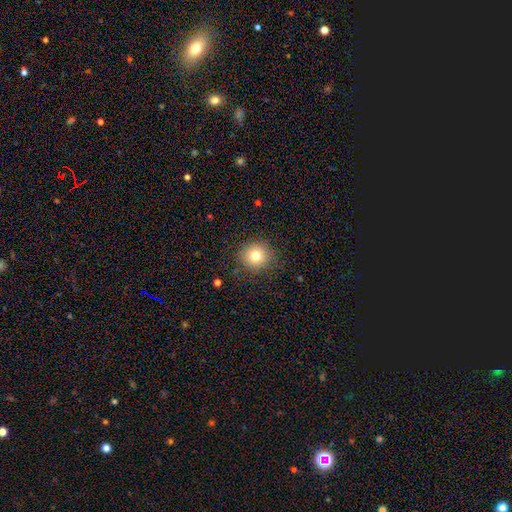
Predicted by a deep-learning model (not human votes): Smooth or featured? Predicted: smooth (p=0.78). How rounded? Predicted: round (p=0.91). Merging? Predicted: none (p=0.88).